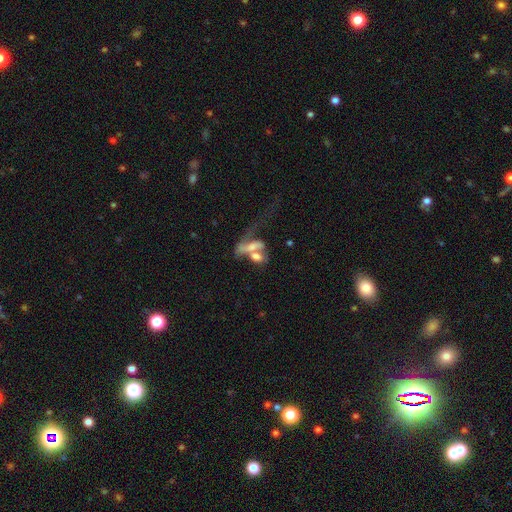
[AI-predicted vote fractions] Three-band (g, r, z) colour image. It shows a smooth galaxy with no disk features (49%). Merging: merger (66%).